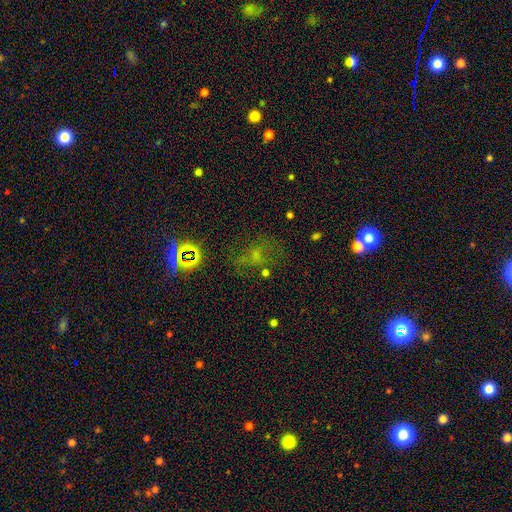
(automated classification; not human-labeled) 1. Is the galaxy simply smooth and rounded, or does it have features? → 45% star or artifact, 34% smooth, 21% featured or disk.